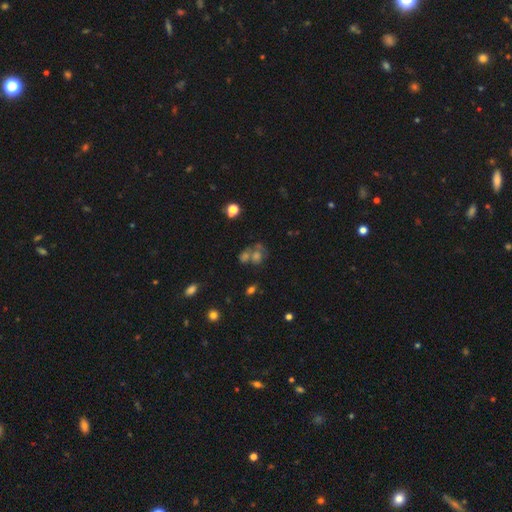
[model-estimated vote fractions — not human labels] A smooth galaxy with no disk features (45%). Merging: merger (42%).